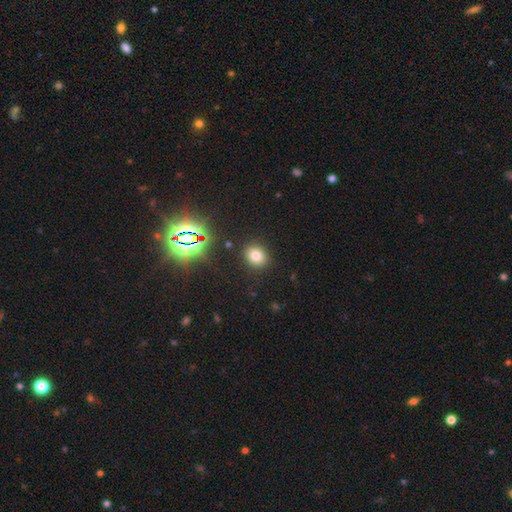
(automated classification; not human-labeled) Morphology: type=smooth (74%); roundness=round (65%); merging=none (88%).